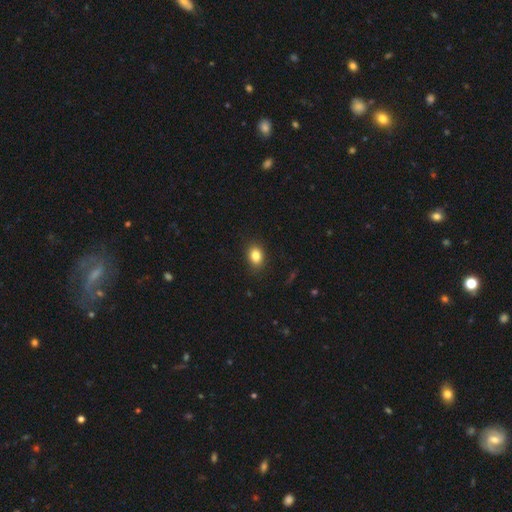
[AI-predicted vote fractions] Overall: smooth (84%). How rounded: in between (68%; round 30%). Merging: none (86%).